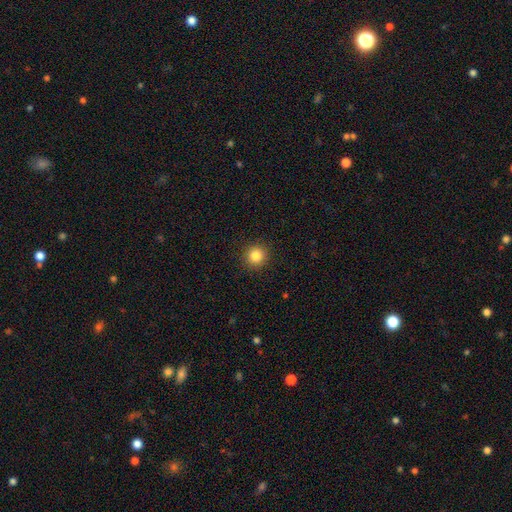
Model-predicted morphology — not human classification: Smooth or featured: smooth — 85% (star or artifact — 11%)
How rounded: round — 93% (in between — 6%)
Merging: none — 92% (minor disturbance — 5%)